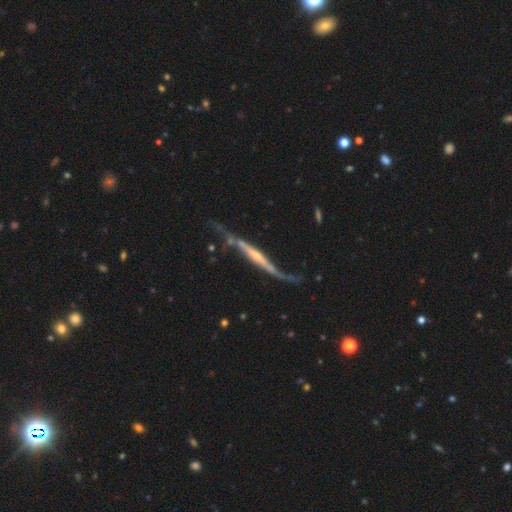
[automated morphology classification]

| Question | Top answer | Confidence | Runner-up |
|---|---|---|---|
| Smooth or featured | featured or disk | 85% | smooth (10%) |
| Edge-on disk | yes | 73% | no (27%) |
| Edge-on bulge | rounded | 48% | none (37%) |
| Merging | none | 48% | minor disturbance (26%) |